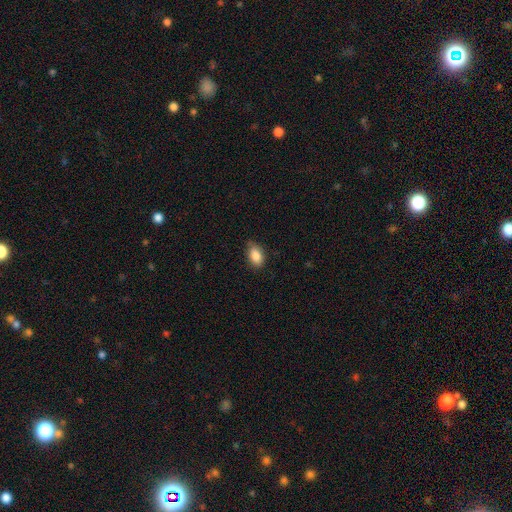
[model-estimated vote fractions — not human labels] A smooth galaxy with no disk features (87%) that is in between round and cigar-shaped (91%).

Vote fractions:
- Smooth or featured? smooth: 87% / star or artifact: 7% / featured or disk: 5%
- How rounded? in between: 91% / round: 7% / cigar-shaped: 2%
- Merging? none: 80% / minor disturbance: 17% / major disturbance: 3% / merger: 1%